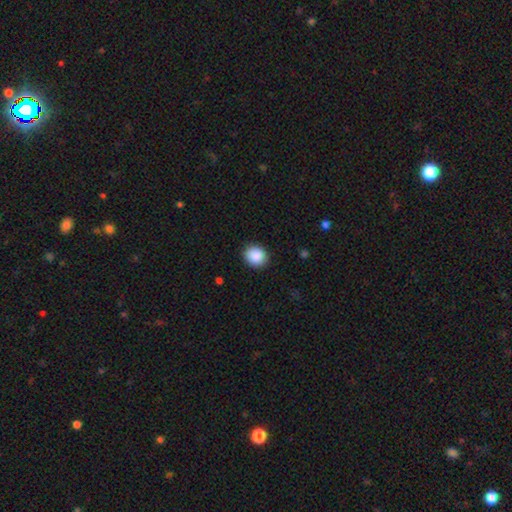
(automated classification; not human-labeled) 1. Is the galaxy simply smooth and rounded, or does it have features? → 89% smooth, 8% star or artifact, 3% featured or disk.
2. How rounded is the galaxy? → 70% round, 29% in between, 1% cigar-shaped.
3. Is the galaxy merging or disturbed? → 89% none, 7% minor disturbance, 2% major disturbance, 1% merger.